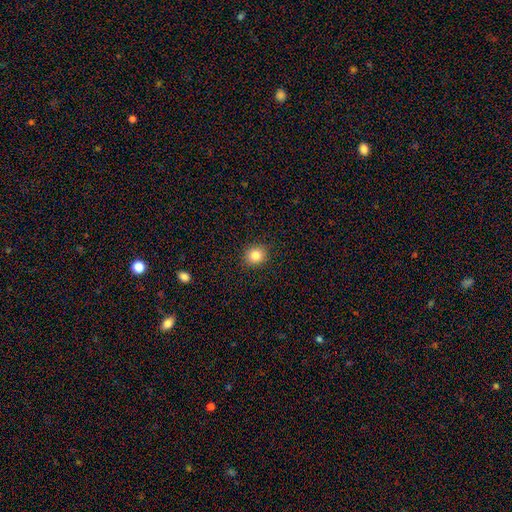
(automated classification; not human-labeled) A smooth galaxy with no disk features (84%) that is round (83%).

Vote fractions:
- Smooth or featured? smooth: 84% / star or artifact: 11% / featured or disk: 6%
- How rounded? round: 83% / in between: 17% / cigar-shaped: 1%
- Merging? none: 91% / minor disturbance: 6% / major disturbance: 2% / merger: 1%